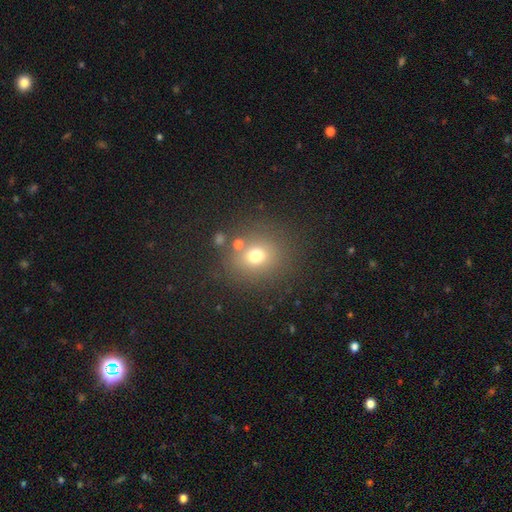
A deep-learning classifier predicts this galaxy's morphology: Smooth or featured: smooth — 70% (star or artifact — 18%)
How rounded: round — 77% (in between — 22%)
Merging: none — 77% (minor disturbance — 10%)